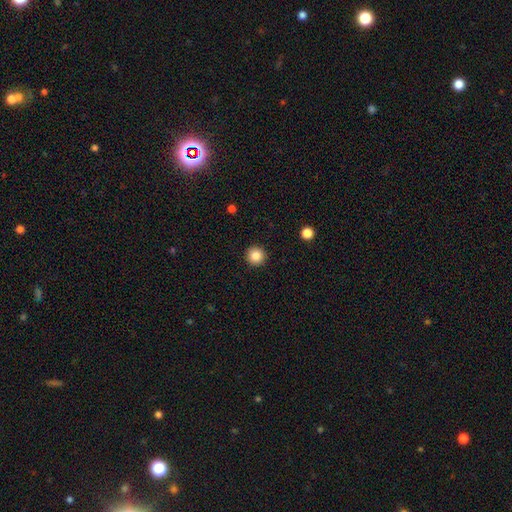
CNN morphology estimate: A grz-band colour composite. It shows a smooth galaxy with no disk features (85%) that is round (96%). Merging: none (93%).